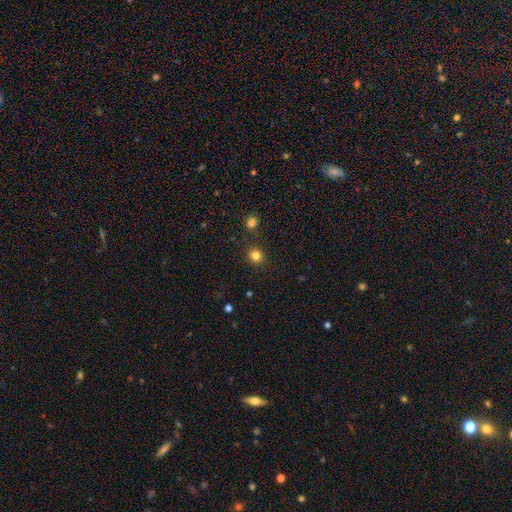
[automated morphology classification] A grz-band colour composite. It shows a smooth galaxy with no disk features (82%) that is round (89%). Merging: none (89%).